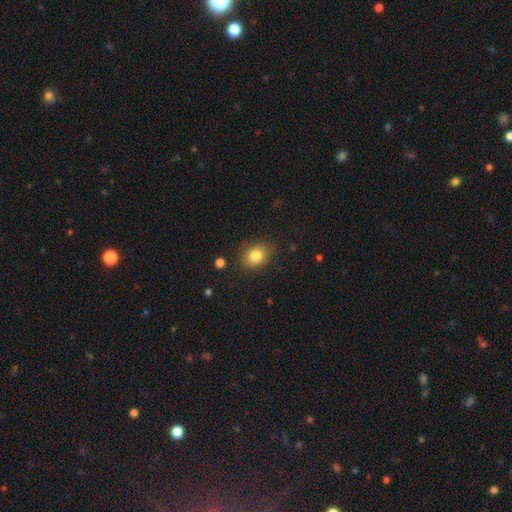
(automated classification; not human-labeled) smooth-or-featured: smooth: 82% | star or artifact: 10% | featured or disk: 8%
  how-rounded: in between: 52% | round: 47% | cigar-shaped: 1%
  merging: none: 84% | minor disturbance: 11% | major disturbance: 3% | merger: 2%